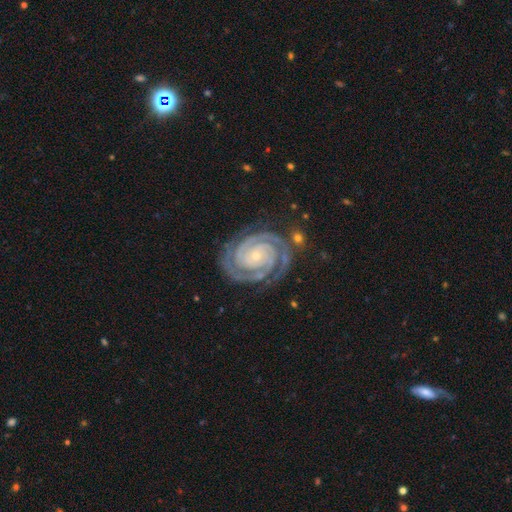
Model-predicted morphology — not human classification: This appears to be a featured or disk galaxy (94%) with no bar (72%), 2 (76%) tight (87%) spiral arms (99%) and a small central bulge (83%). Merging: none (79%).